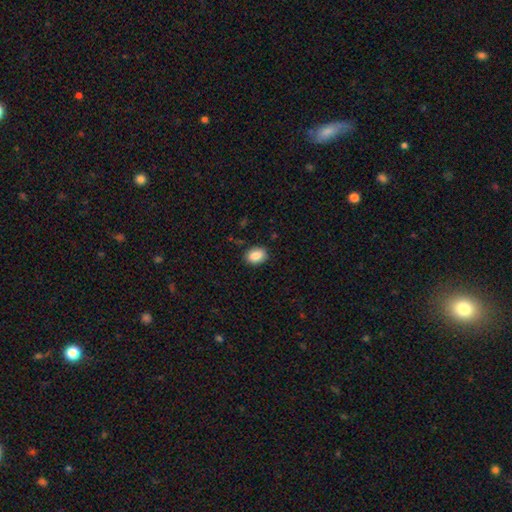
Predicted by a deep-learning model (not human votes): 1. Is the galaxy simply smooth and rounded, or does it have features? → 87% smooth, 8% star or artifact, 5% featured or disk.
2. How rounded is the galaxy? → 66% in between, 33% round, 1% cigar-shaped.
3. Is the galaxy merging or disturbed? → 88% none, 9% minor disturbance, 2% major disturbance, 1% merger.